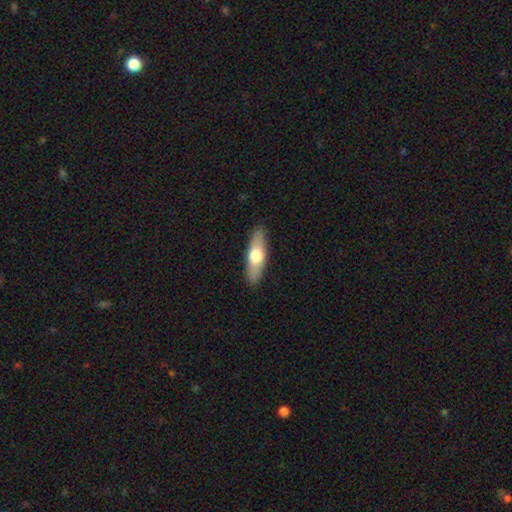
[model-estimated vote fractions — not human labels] This appears to be a smooth galaxy with no disk features (59%) that is cigar-shaped (51%). Merging: none (88%).